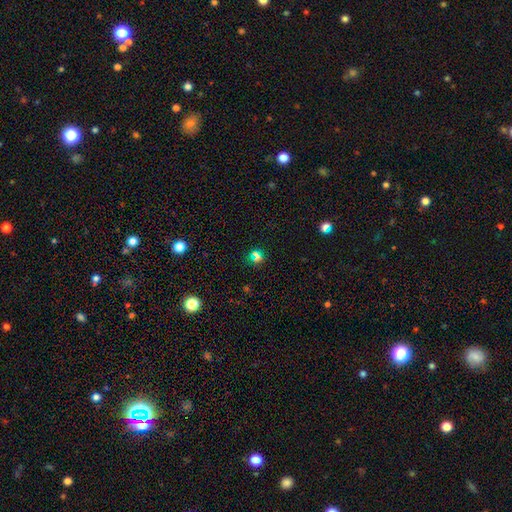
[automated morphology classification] This appears to be a smooth galaxy with no disk features (49%). Merging: none (80%).